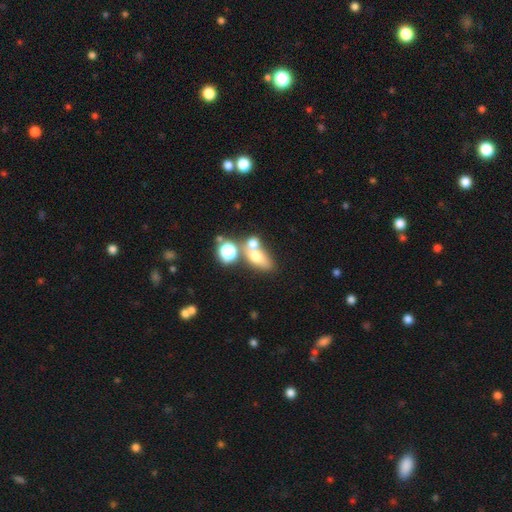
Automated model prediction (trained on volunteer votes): Smooth or featured? smooth (62%)
How rounded? in between (65%)
Merging? merger (46%)